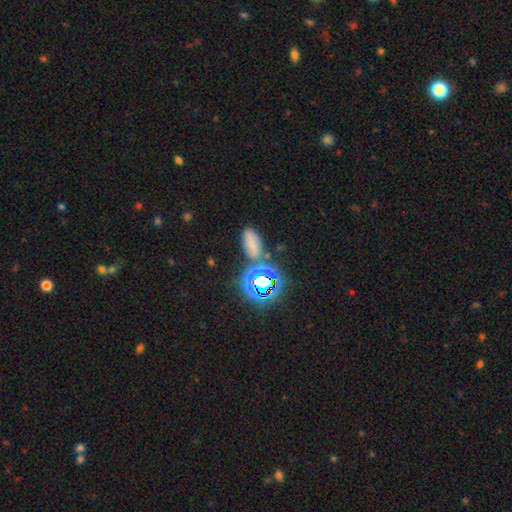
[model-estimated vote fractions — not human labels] star or artifact 63%, smooth 29%, featured or disk 9%.